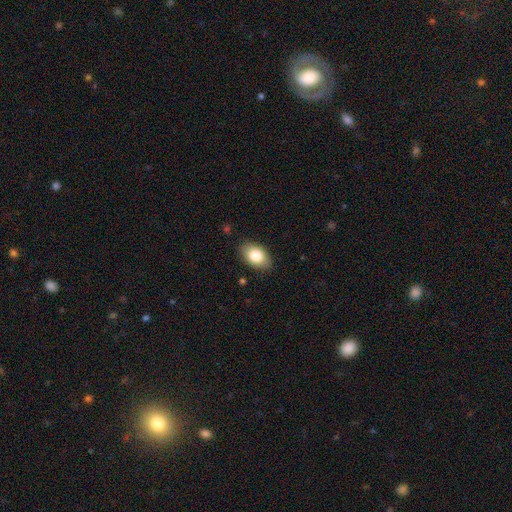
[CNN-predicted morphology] smooth-or-featured: smooth: 83% | featured or disk: 10% | star or artifact: 7%
  how-rounded: in between: 90% | round: 9% | cigar-shaped: 1%
  merging: none: 85% | minor disturbance: 12% | major disturbance: 2% | merger: 1%